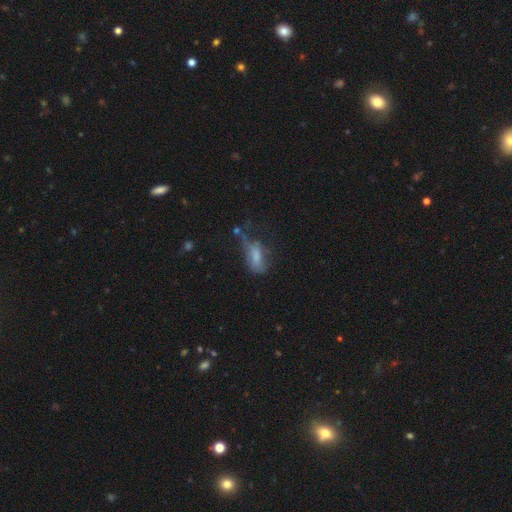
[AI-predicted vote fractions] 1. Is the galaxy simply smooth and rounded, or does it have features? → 62% smooth, 25% featured or disk, 12% star or artifact.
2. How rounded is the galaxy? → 82% in between, 13% cigar-shaped, 4% round.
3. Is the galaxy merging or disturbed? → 40% major disturbance, 26% minor disturbance, 25% none, 9% merger.